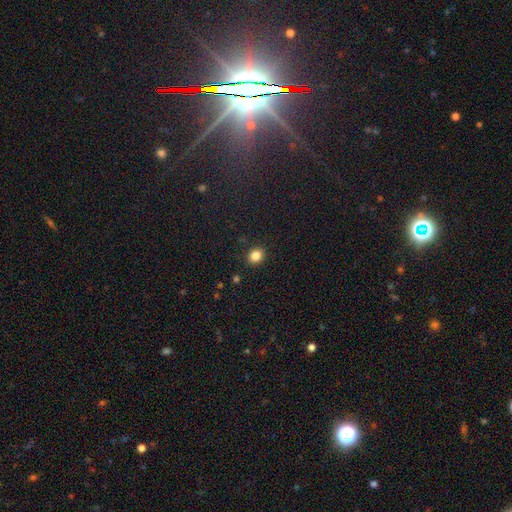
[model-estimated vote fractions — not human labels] The model was most divided on "how rounded": round: 68%, in between: 31%, cigar-shaped: 1%. More confident: merging — none (89%); smooth or featured — smooth (84%).